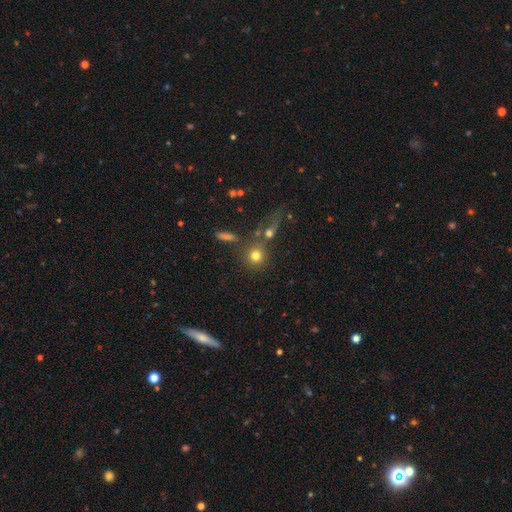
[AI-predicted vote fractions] smooth-or-featured: smooth: 76% | star or artifact: 14% | featured or disk: 11%
  how-rounded: round: 87% | in between: 12% | cigar-shaped: 2%
  merging: none: 61% | merger: 22% | minor disturbance: 10% | major disturbance: 7%